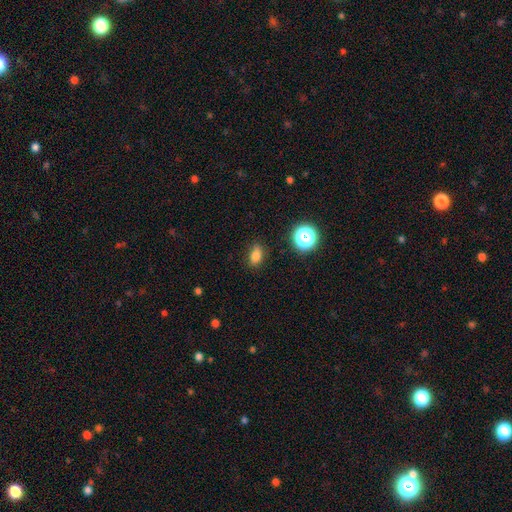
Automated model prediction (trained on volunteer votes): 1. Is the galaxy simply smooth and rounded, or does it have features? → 79% smooth, 14% star or artifact, 7% featured or disk.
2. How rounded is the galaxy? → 79% in between, 18% round, 3% cigar-shaped.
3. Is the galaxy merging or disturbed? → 83% none, 12% minor disturbance, 3% major disturbance, 2% merger.